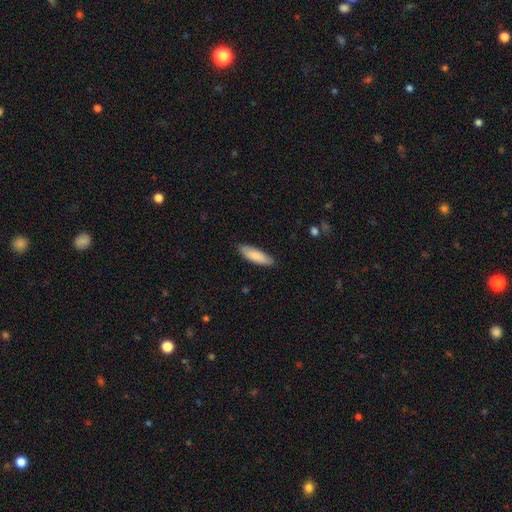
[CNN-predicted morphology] This is clearly a smooth galaxy (85%). How rounded: possibly in between (52%). Merging: clearly none (86%).